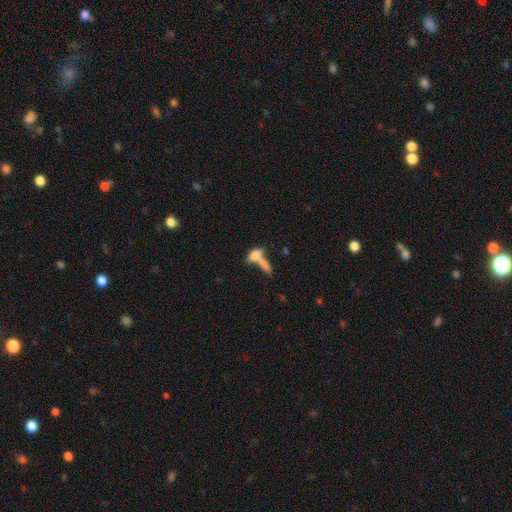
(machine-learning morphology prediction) Smooth or featured? Predicted: smooth (p=0.57). How rounded? Predicted: in between (p=0.58). Merging? Predicted: merger (p=0.54).